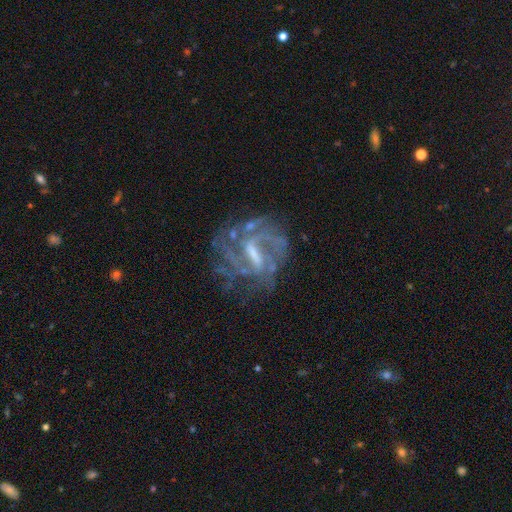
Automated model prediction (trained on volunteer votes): Smooth or featured: featured or disk — 81% (star or artifact — 11%)
Edge-on disk: no — 96% (yes — 4%)
Bar: weak — 44% (strong — 43%)
Spiral arms: yes — 84% (no — 16%)
Spiral winding: medium — 42% (tight — 39%)
Spiral arm count: can't tell — 36% (2 — 27%)
Bulge size: moderate — 35% (small — 33%)
Merging: none — 62% (minor disturbance — 18%)